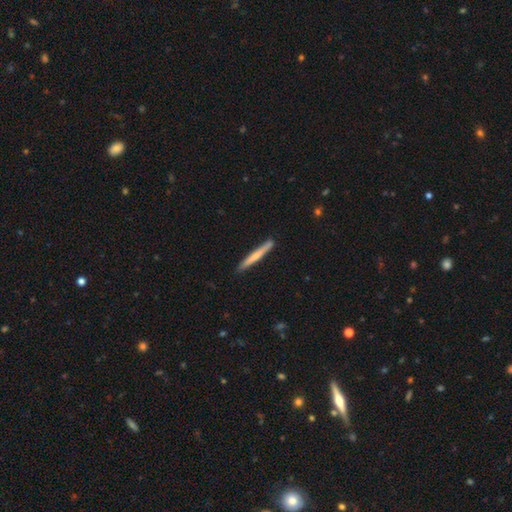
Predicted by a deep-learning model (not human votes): Smooth or featured?
  - smooth: 58% *
  - featured or disk: 37%
  - star or artifact: 5%
How rounded?
  - cigar-shaped: 96% *
  - in between: 2%
  - round: 1%
Merging?
  - none: 89% *
  - minor disturbance: 8%
  - major disturbance: 1%
  - merger: 1%